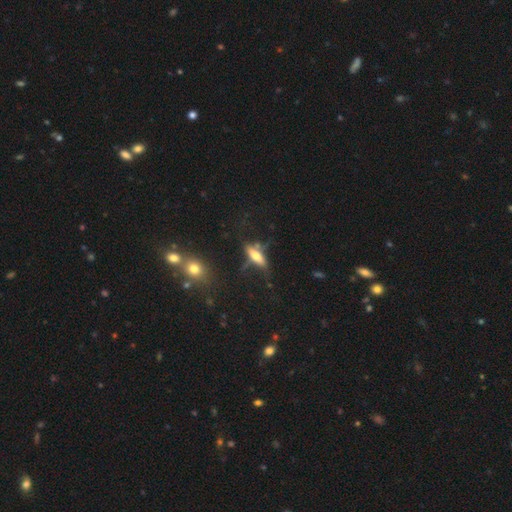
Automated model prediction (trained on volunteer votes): A featured or disk galaxy (49%).

Vote fractions:
- Smooth or featured? featured or disk: 49% / smooth: 42% / star or artifact: 9%
- Merging? none: 57% / minor disturbance: 21% / major disturbance: 14% / merger: 8%